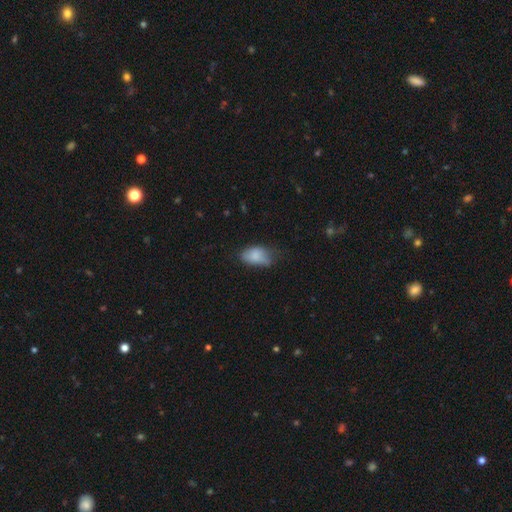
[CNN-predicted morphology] Overall: smooth (79%). How rounded: in between (91%). Merging: minor disturbance (42%; none 37%).